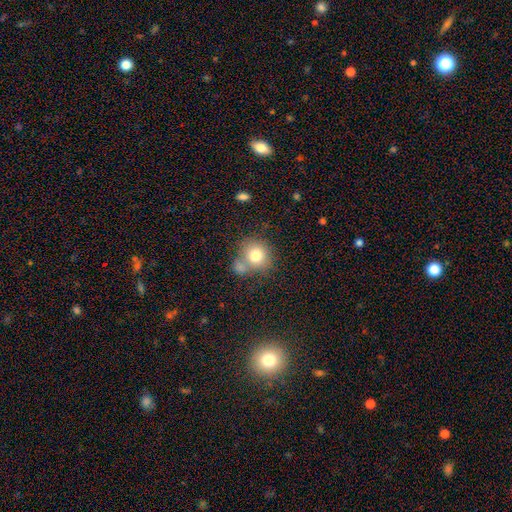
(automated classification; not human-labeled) A smooth galaxy with no disk features (77%) that is round (82%). Merging: none (49%).